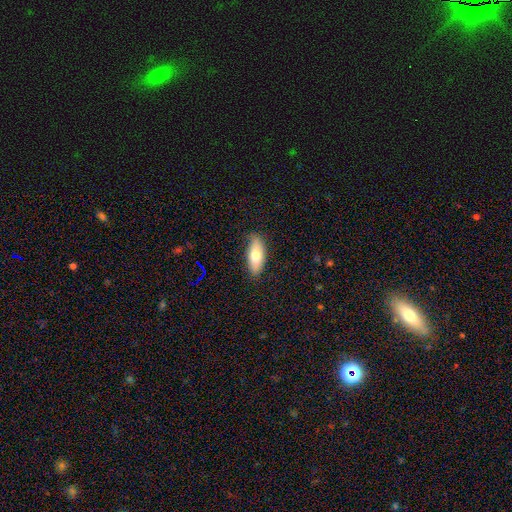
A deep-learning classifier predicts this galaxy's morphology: A smooth galaxy with no disk features (71%) that is in between round and cigar-shaped (79%). Merging: none (81%).